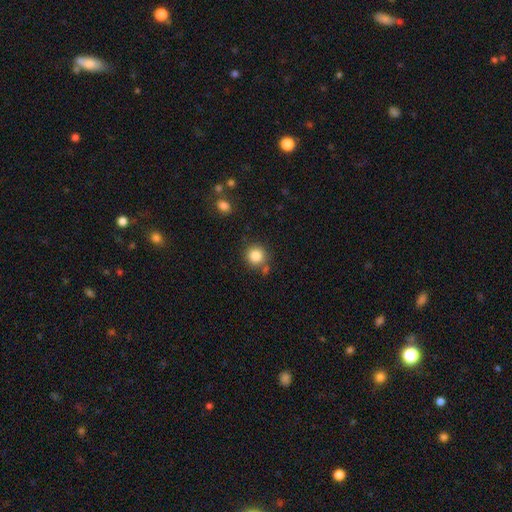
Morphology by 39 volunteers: Smooth or featured? smooth (87%)
How rounded? round (97%)
Merging? none (86%)